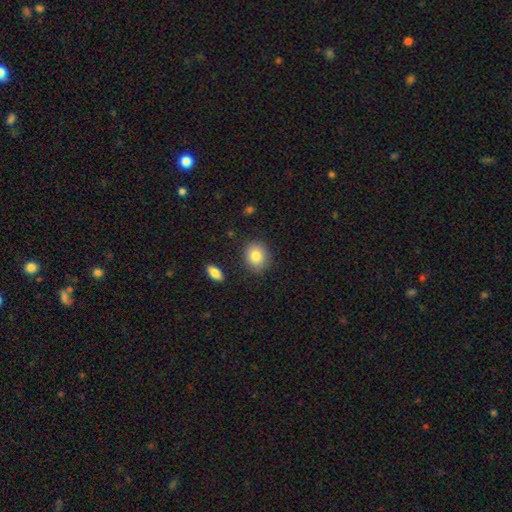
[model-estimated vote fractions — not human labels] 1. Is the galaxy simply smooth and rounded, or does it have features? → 82% smooth, 9% featured or disk, 9% star or artifact.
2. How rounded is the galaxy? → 63% round, 36% in between, 1% cigar-shaped.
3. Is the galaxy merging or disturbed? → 85% none, 11% minor disturbance, 3% major disturbance, 2% merger.